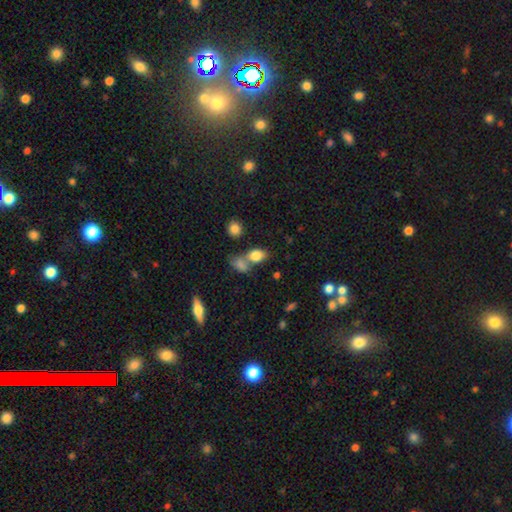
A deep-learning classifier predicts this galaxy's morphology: Overall: smooth (81%). How rounded: in between (76%). Merging: none (46%; merger 37%).